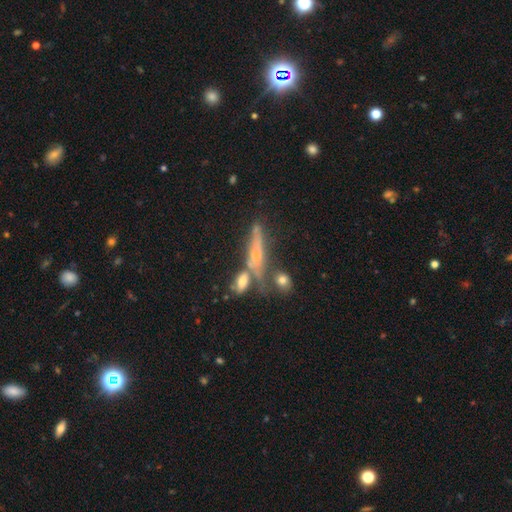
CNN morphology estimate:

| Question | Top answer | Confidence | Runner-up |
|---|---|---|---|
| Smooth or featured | featured or disk | 67% | smooth (21%) |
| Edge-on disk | yes | 83% | no (17%) |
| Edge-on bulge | rounded | 81% | none (14%) |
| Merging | none | 51% | merger (29%) |